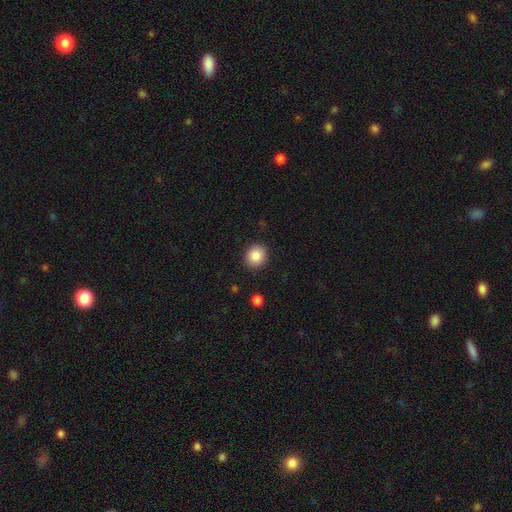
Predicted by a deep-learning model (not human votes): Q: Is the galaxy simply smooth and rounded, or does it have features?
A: smooth — 86%.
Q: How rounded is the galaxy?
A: round — 81%.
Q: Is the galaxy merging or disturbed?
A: none — 91%.